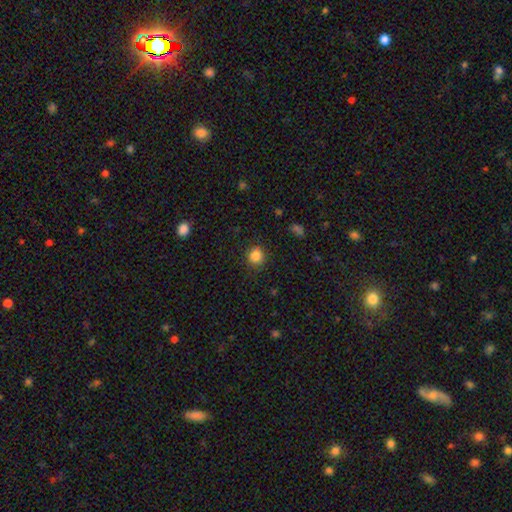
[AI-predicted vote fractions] smooth-or-featured: smooth: 85% | star or artifact: 11% | featured or disk: 4%
  how-rounded: round: 90% | in between: 9% | cigar-shaped: 1%
  merging: none: 88% | minor disturbance: 8% | major disturbance: 3% | merger: 1%